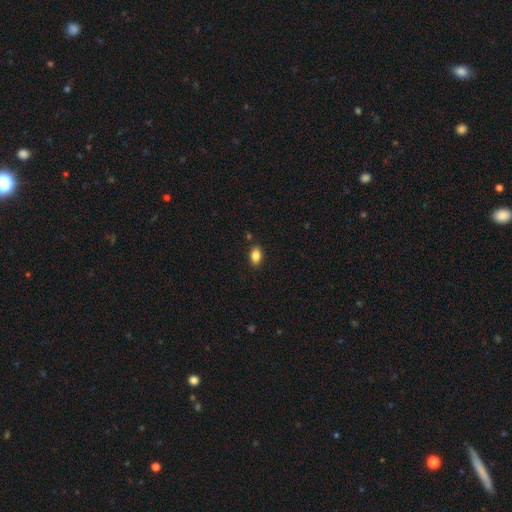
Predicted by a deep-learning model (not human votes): Smooth or featured: smooth — 84% (star or artifact — 9%)
How rounded: in between — 86% (round — 11%)
Merging: none — 87% (minor disturbance — 9%)